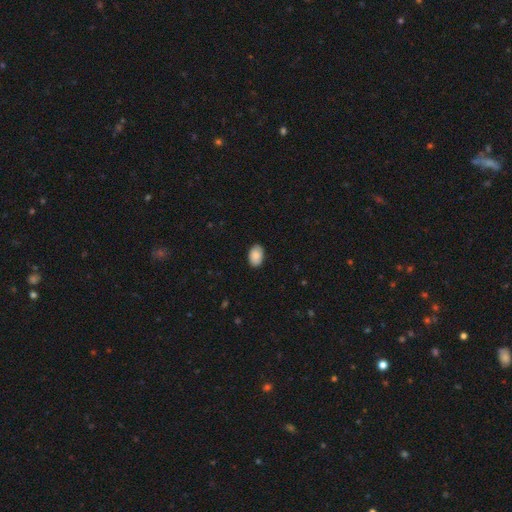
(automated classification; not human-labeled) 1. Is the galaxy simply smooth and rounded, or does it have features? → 88% smooth, 7% star or artifact, 6% featured or disk.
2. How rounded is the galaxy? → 89% in between, 10% round, 1% cigar-shaped.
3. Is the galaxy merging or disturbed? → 88% none, 9% minor disturbance, 2% major disturbance, 1% merger.